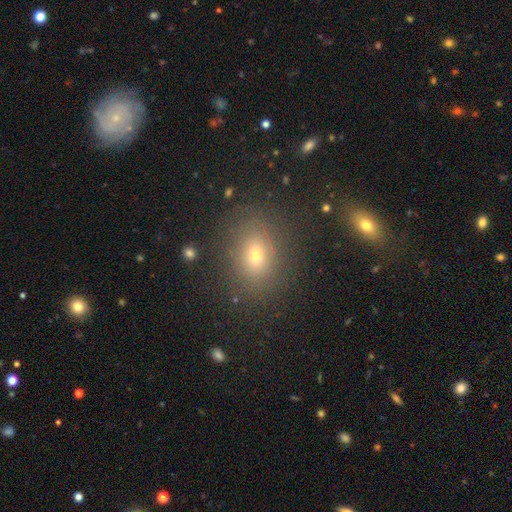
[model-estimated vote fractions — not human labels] smooth-or-featured: smooth: 68% | star or artifact: 19% | featured or disk: 14%
  how-rounded: in between: 62% | round: 36% | cigar-shaped: 2%
  merging: none: 82% | minor disturbance: 11% | major disturbance: 4% | merger: 3%